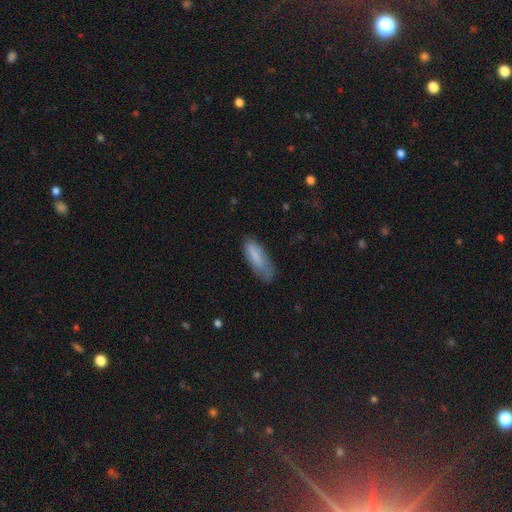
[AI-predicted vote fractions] This appears to be a smooth galaxy with no disk features (80%) that is in between round and cigar-shaped (52%). Merging: none (57%).